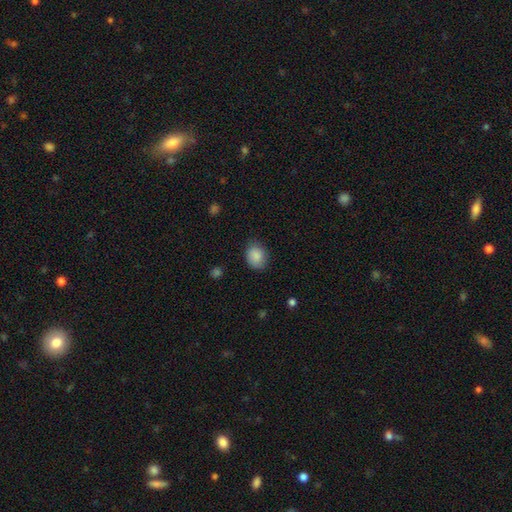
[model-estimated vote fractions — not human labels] The model was most divided on "how rounded": round: 57%, in between: 42%, cigar-shaped: 1%. More confident: smooth or featured — smooth (88%); merging — none (77%).